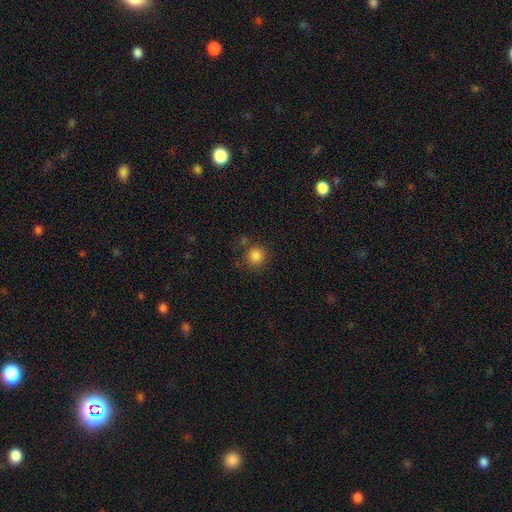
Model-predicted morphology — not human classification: Smooth or featured? smooth (84%)
How rounded? round (93%)
Merging? none (80%)